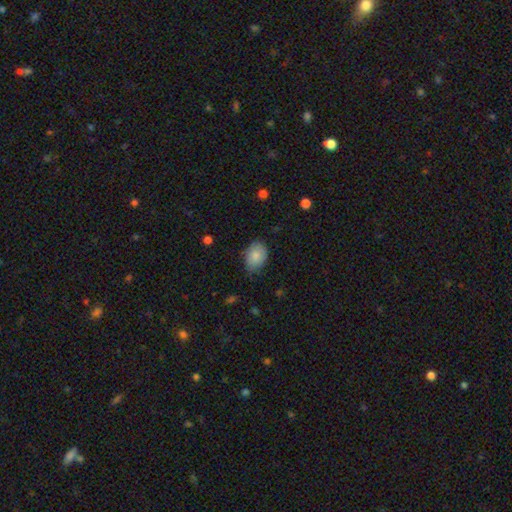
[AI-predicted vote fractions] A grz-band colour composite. It shows a smooth galaxy with no disk features (83%) that is in between round and cigar-shaped (74%). Merging: none (66%).